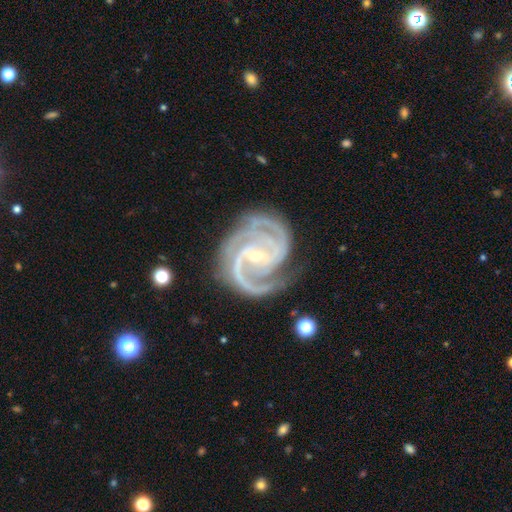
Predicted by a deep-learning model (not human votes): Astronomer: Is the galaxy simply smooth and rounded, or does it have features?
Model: featured or disk — 93%.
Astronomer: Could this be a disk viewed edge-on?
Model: no — 98%.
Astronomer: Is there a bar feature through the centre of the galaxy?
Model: weak — 40% (runner-up: no, 33%).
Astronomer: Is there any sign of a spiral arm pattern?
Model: yes — 99%.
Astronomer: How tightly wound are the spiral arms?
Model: tight — 51% (runner-up: medium, 43%).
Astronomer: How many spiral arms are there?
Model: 2 — 42% (runner-up: 3, 33%).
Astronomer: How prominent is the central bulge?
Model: small — 79%.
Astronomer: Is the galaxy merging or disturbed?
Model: none — 70%.